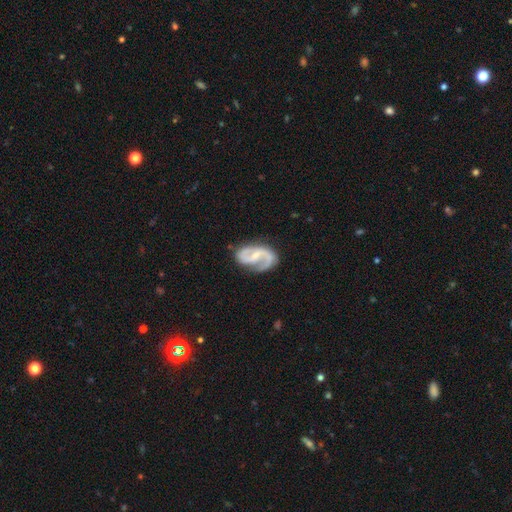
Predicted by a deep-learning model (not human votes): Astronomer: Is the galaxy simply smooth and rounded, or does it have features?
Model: featured or disk — 90%.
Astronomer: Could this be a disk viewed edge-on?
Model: no — 98%.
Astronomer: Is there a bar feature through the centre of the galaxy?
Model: weak — 47% (runner-up: no, 30%).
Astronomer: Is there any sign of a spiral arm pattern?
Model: yes — 97%.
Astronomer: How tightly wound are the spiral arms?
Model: medium — 54%.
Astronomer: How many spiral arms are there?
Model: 2 — 89%.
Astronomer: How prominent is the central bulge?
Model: small — 58%.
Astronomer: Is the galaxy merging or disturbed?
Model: none — 73%.